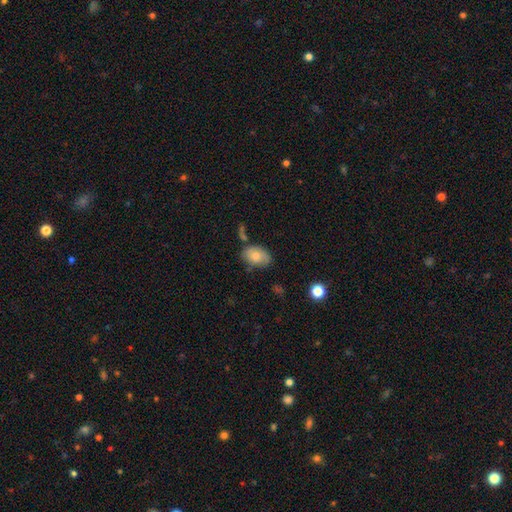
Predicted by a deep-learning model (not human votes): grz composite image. It shows a smooth galaxy with no disk features (72%) that is in between round and cigar-shaped (81%). Merging: none (57%).